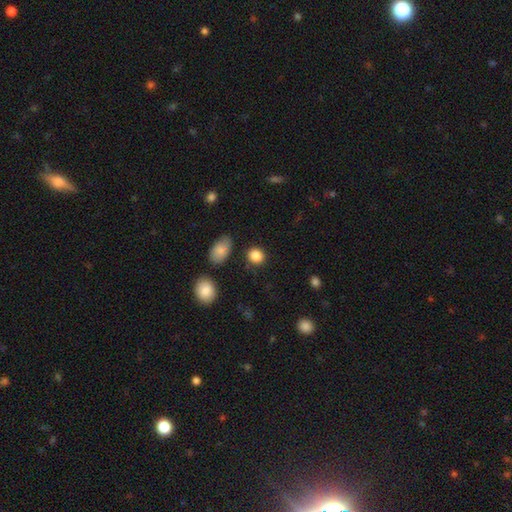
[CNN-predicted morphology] smooth 87%, star or artifact 9%, featured or disk 4%. Down the decision tree: how rounded — round (76%); merging — none (85%).